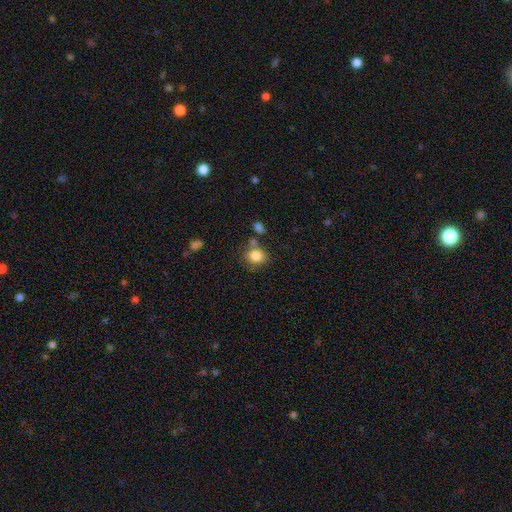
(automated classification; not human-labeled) smooth 83%, star or artifact 10%, featured or disk 8%. Down the decision tree: how rounded — round (74%); merging — none (64%).